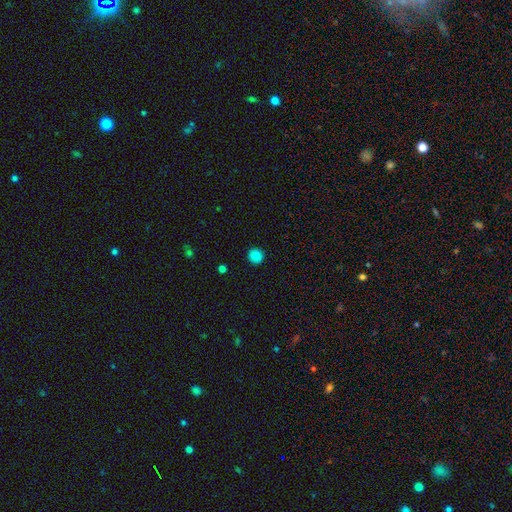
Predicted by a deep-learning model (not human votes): smooth-or-featured: smooth: 83% | star or artifact: 10% | featured or disk: 6%
  how-rounded: round: 95% | in between: 4% | cigar-shaped: 1%
  merging: none: 92% | minor disturbance: 5% | major disturbance: 2% | merger: 1%